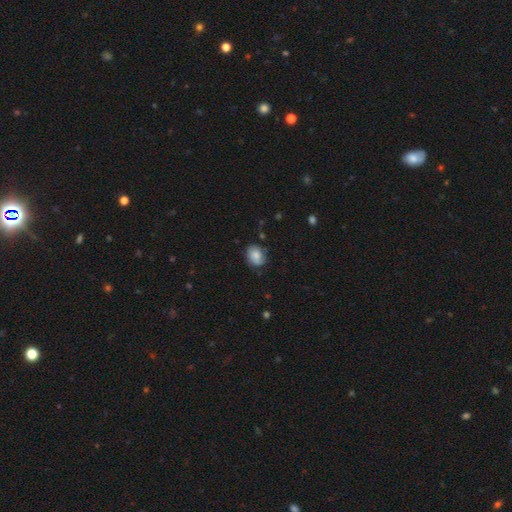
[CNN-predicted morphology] Smooth or featured? Predicted: smooth (p=0.72). How rounded? Predicted: in between (p=0.59). Merging? Predicted: none (p=0.69).